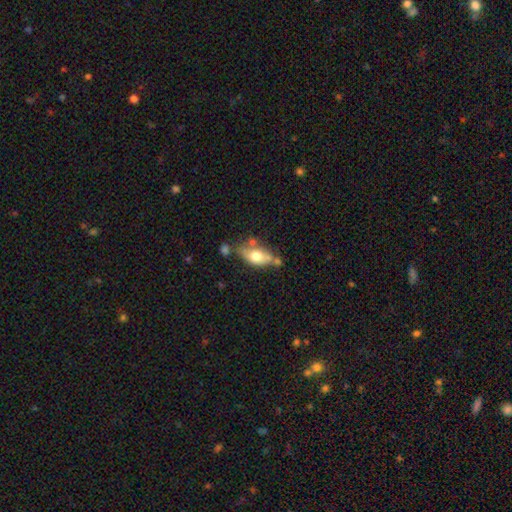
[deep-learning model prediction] Smooth or featured? smooth (60%)
How rounded? in between (81%)
Merging? none (48%)